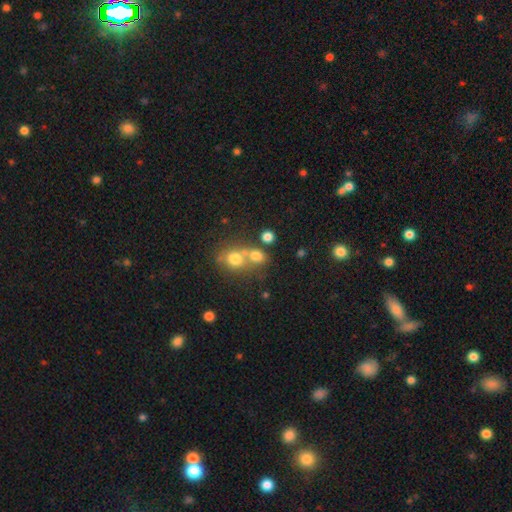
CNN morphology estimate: A smooth galaxy with no disk features (72%) that is round (66%). Merging: merger (44%).